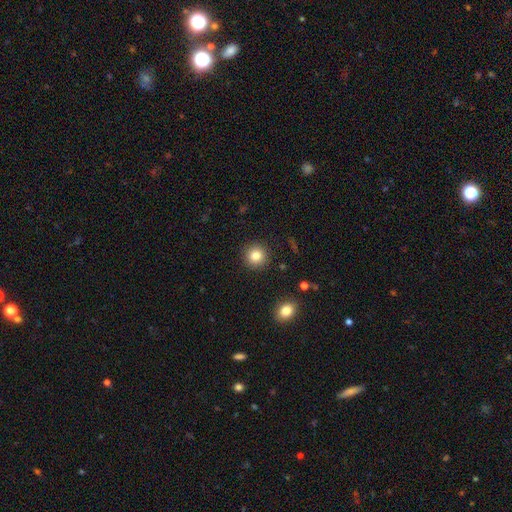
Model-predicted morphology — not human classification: Smooth or featured?
  - smooth: 83% *
  - star or artifact: 10%
  - featured or disk: 7%
How rounded?
  - round: 93% *
  - in between: 6%
  - cigar-shaped: 1%
Merging?
  - none: 91% *
  - minor disturbance: 6%
  - major disturbance: 2%
  - merger: 1%